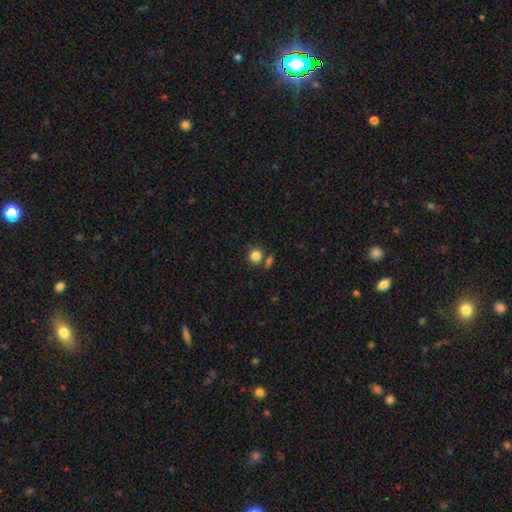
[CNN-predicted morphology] Smooth or featured?
  - smooth: 83% *
  - star or artifact: 11%
  - featured or disk: 6%
How rounded?
  - round: 84% *
  - in between: 15%
  - cigar-shaped: 1%
Merging?
  - none: 68% *
  - merger: 18%
  - minor disturbance: 11%
  - major disturbance: 4%